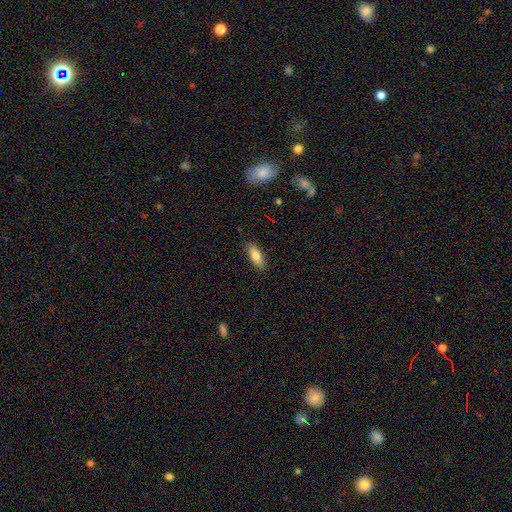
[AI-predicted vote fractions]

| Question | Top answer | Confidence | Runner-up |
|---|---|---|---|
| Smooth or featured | smooth | 78% | featured or disk (15%) |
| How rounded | in between | 70% | cigar-shaped (28%) |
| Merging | none | 87% | minor disturbance (10%) |